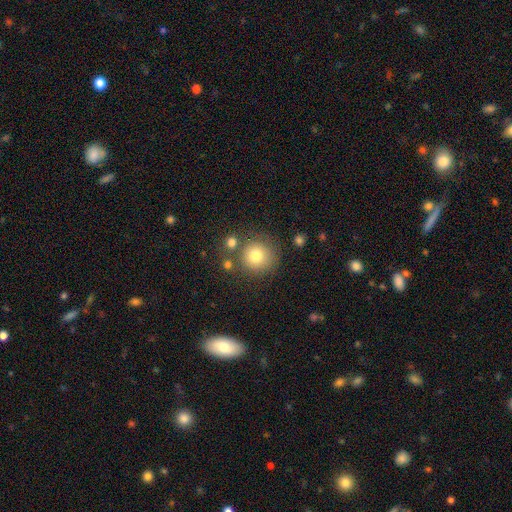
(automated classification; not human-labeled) Smooth or featured?
  - smooth: 79% *
  - star or artifact: 11%
  - featured or disk: 11%
How rounded?
  - round: 92% *
  - in between: 7%
  - cigar-shaped: 1%
Merging?
  - none: 75% *
  - minor disturbance: 12%
  - merger: 9%
  - major disturbance: 5%